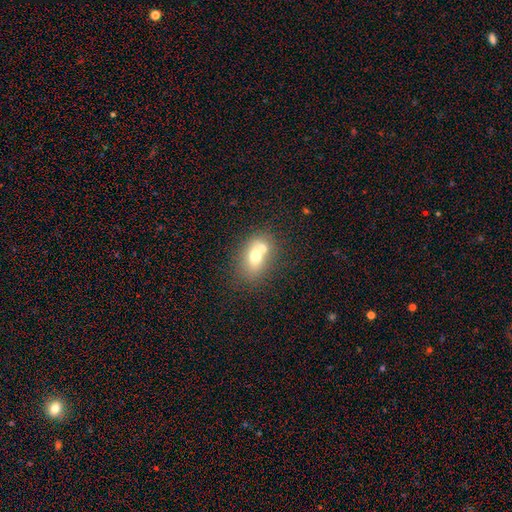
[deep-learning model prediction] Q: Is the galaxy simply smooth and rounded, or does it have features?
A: smooth — 65%.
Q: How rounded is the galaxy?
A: in between — 68%.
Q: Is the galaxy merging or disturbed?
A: merger — 54%.